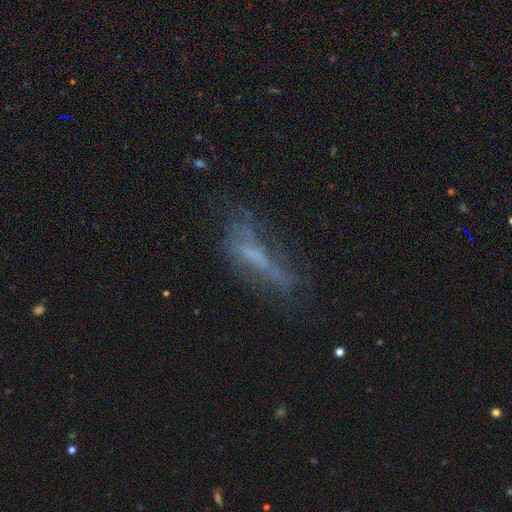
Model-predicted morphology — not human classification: Smooth or featured? featured or disk (49%)
Merging? none (43%)